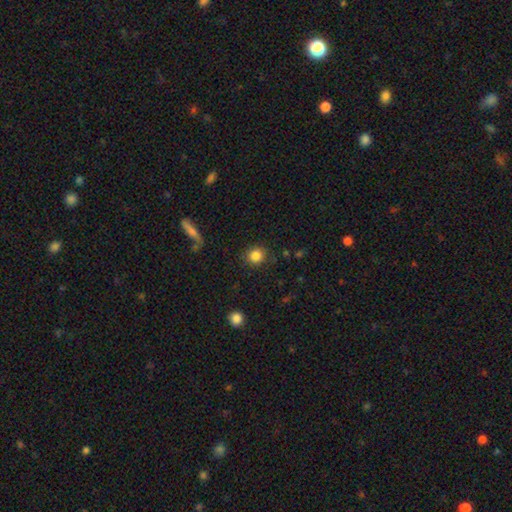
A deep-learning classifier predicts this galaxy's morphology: Smooth or featured? Predicted: smooth (p=0.85). How rounded? Predicted: round (p=0.87). Merging? Predicted: none (p=0.87).